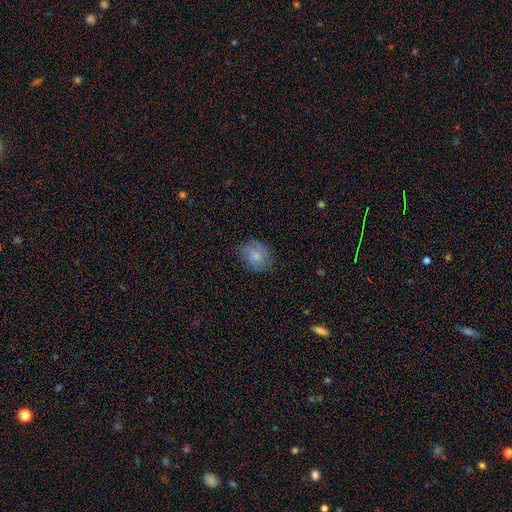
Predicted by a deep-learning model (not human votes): Smooth or featured?
  - smooth: 73% *
  - featured or disk: 17%
  - star or artifact: 10%
How rounded?
  - round: 56% *
  - in between: 43%
  - cigar-shaped: 1%
Merging?
  - none: 70% *
  - minor disturbance: 21%
  - major disturbance: 7%
  - merger: 1%